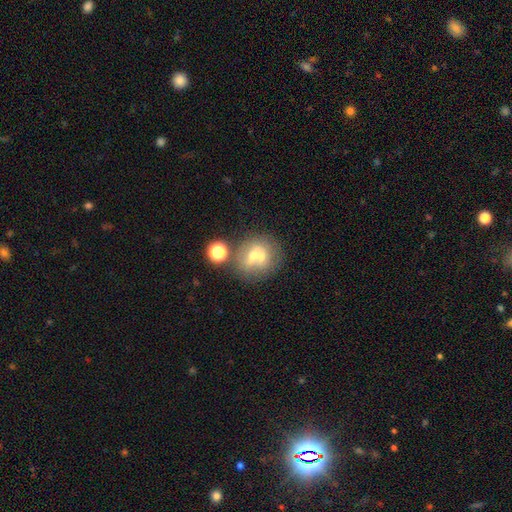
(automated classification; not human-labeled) Overall: smooth (54%; featured or disk 33%). How rounded: round (79%). Merging: merger (46%; none 38%).